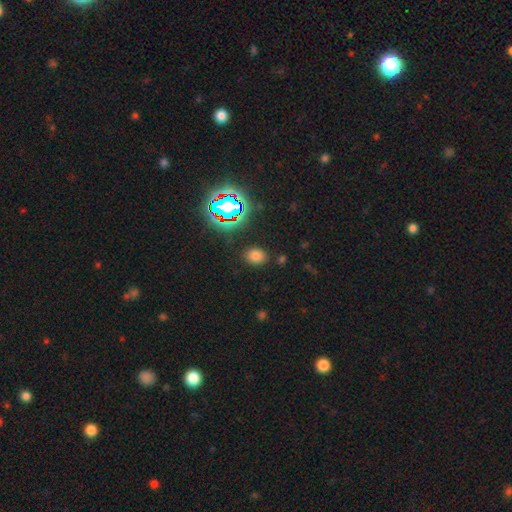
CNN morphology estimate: Smooth or featured?
  - smooth: 70% *
  - star or artifact: 23%
  - featured or disk: 7%
How rounded?
  - in between: 59% *
  - round: 40%
  - cigar-shaped: 1%
Merging?
  - none: 85% *
  - minor disturbance: 9%
  - major disturbance: 3%
  - merger: 2%